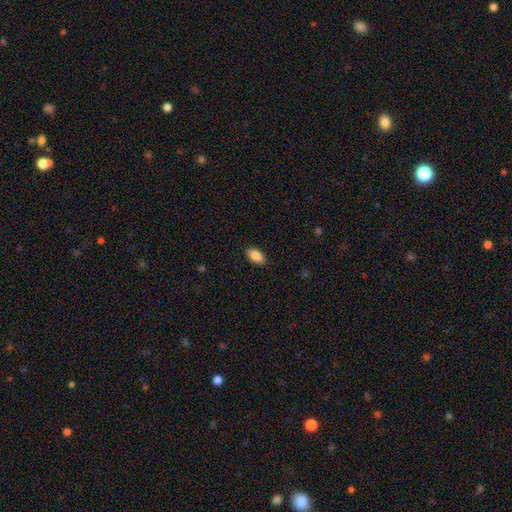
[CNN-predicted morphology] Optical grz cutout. It shows a smooth galaxy with no disk features (89%) that is in between round and cigar-shaped (93%). Merging: none (88%).